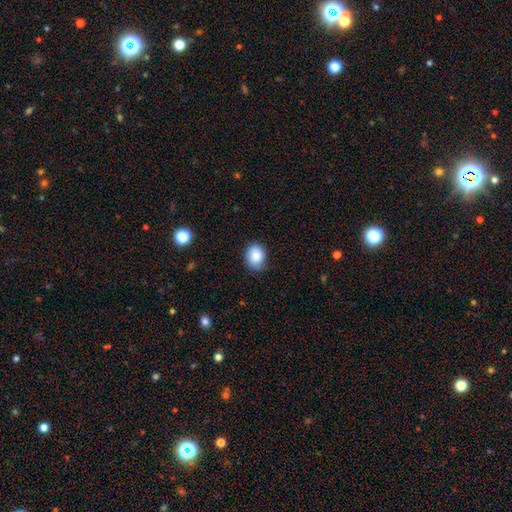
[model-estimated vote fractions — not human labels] smooth-or-featured: smooth: 85% | star or artifact: 8% | featured or disk: 7%
  how-rounded: round: 52% | in between: 47% | cigar-shaped: 1%
  merging: none: 77% | minor disturbance: 19% | major disturbance: 3% | merger: 1%